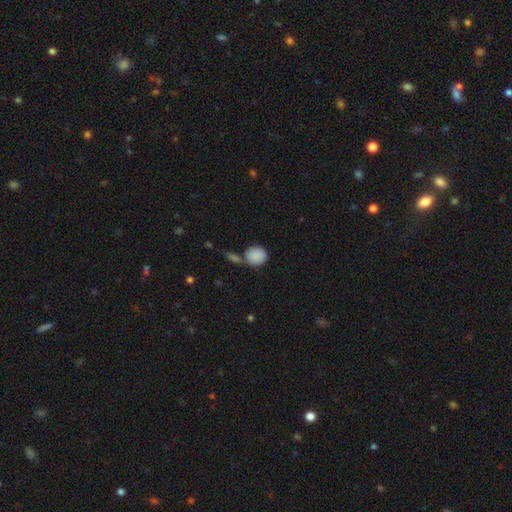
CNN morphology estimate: smooth_or_featured: smooth (p=0.87) [alt: star or artifact p=0.08]
how_rounded: round (p=0.76) [alt: in between p=0.23]
merging: none (p=0.59) [alt: merger p=0.22]